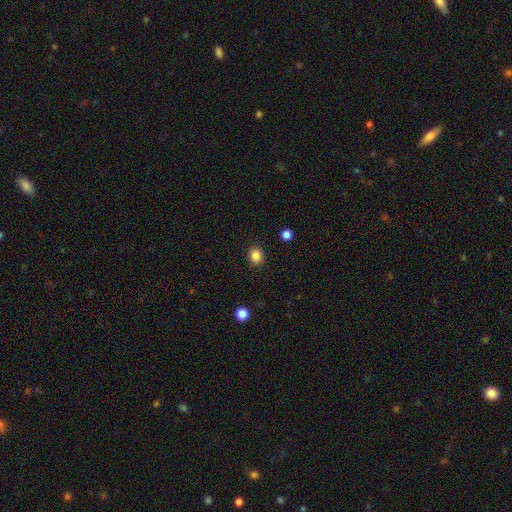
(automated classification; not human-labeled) smooth-or-featured: smooth: 85% | star or artifact: 11% | featured or disk: 4%
  how-rounded: round: 69% | in between: 30% | cigar-shaped: 1%
  merging: none: 90% | minor disturbance: 7% | major disturbance: 2% | merger: 1%